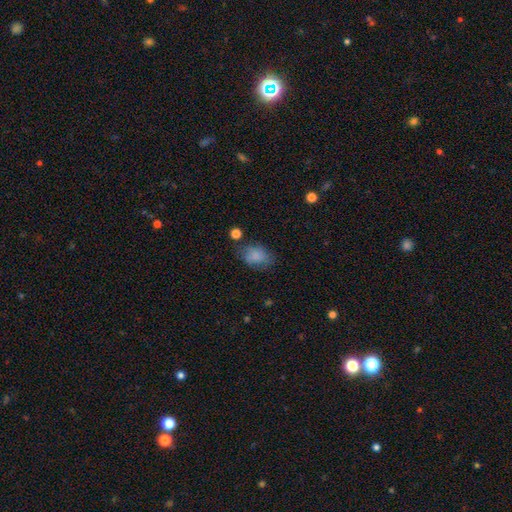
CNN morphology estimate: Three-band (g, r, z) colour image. It shows a smooth galaxy with no disk features (80%) that is in between round and cigar-shaped (74%). Merging: none (59%).